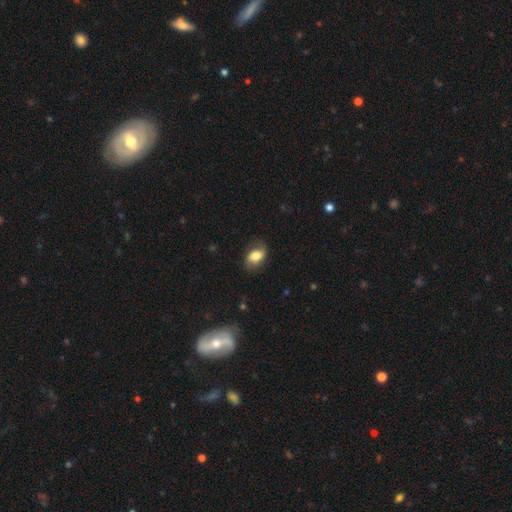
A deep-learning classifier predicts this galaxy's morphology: This is likely a smooth galaxy (60%). How rounded: clearly in between (80%). Merging: likely none (72%).